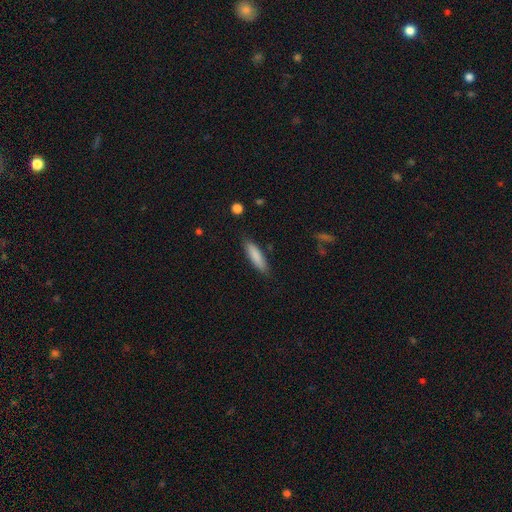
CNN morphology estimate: smooth_or_featured: smooth (p=0.83) [alt: featured or disk p=0.11]
how_rounded: cigar-shaped (p=0.70) [alt: in between p=0.29]
merging: none (p=0.85) [alt: minor disturbance p=0.11]